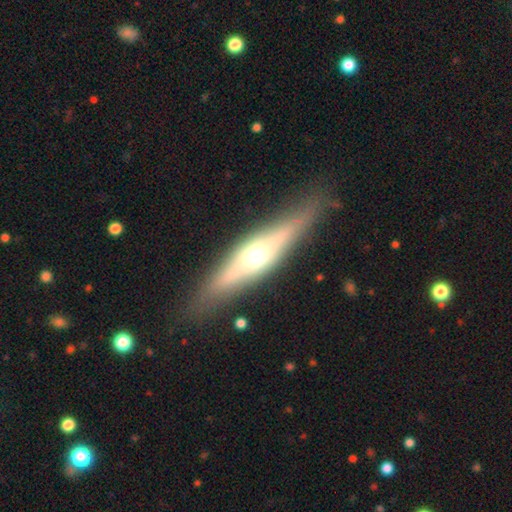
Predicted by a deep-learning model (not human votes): Morphology: type=featured or disk (67%); edge-on=yes (89%); edge-on bulge=rounded (84%); merging=none (84%).